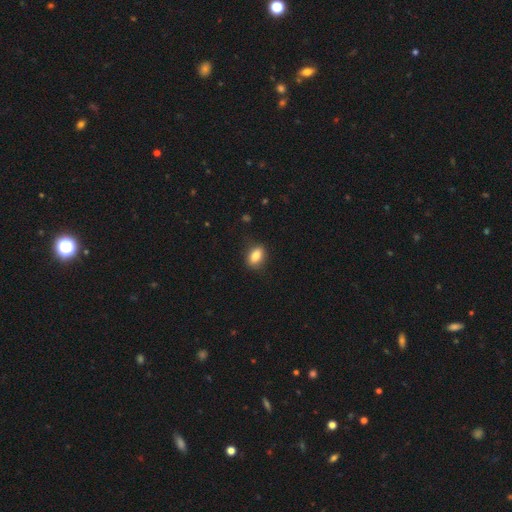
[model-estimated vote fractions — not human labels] The model was most divided on "how rounded": in between: 83%, round: 13%, cigar-shaped: 4%. More confident: smooth or featured — smooth (84%); merging — none (83%).